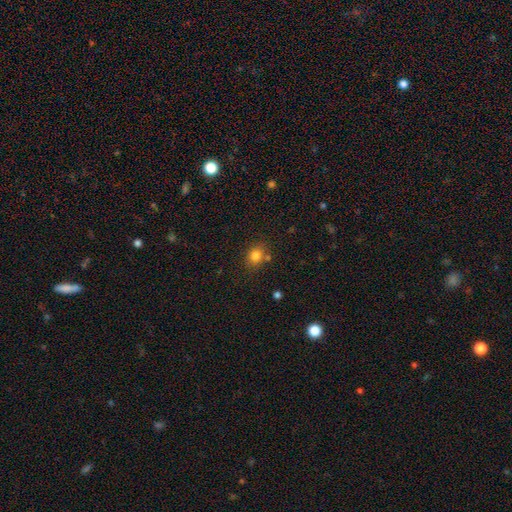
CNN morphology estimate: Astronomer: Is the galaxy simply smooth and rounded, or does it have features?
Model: smooth — 80%.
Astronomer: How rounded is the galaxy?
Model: round — 62%.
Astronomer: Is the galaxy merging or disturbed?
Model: none — 73%.